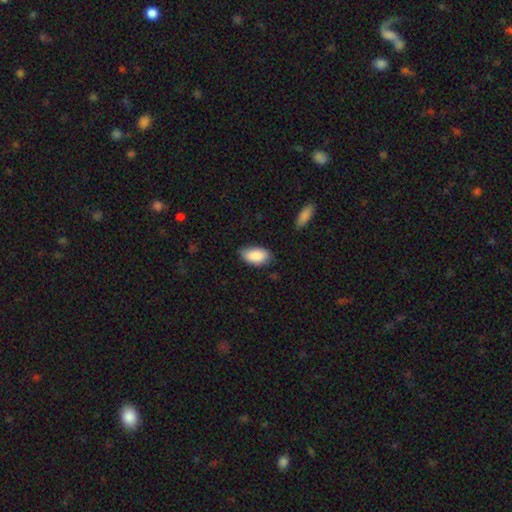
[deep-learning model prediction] Smooth or featured? Predicted: smooth (p=0.88). How rounded? Predicted: in between (p=0.94). Merging? Predicted: none (p=0.73).